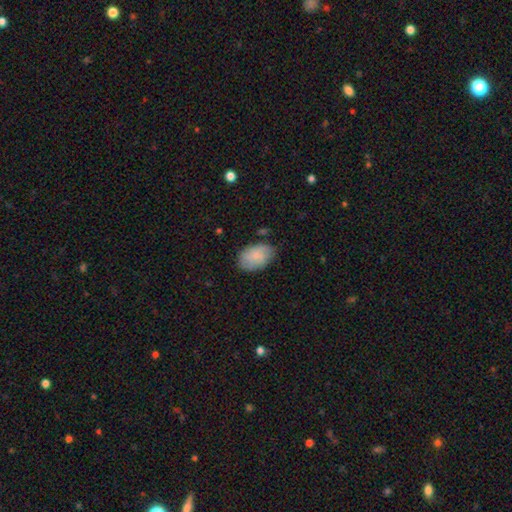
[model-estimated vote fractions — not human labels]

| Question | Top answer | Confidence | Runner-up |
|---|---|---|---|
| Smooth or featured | smooth | 74% | featured or disk (19%) |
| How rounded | in between | 90% | round (9%) |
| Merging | none | 74% | minor disturbance (20%) |